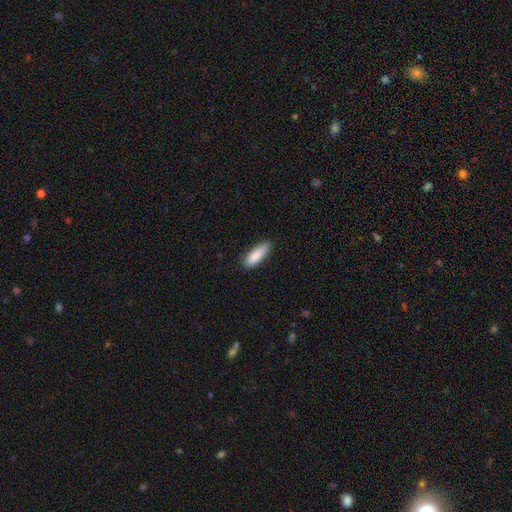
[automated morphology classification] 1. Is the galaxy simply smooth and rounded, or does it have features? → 87% smooth, 7% featured or disk, 6% star or artifact.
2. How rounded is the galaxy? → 52% cigar-shaped, 47% in between, 2% round.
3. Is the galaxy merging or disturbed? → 79% none, 17% minor disturbance, 3% major disturbance, 1% merger.